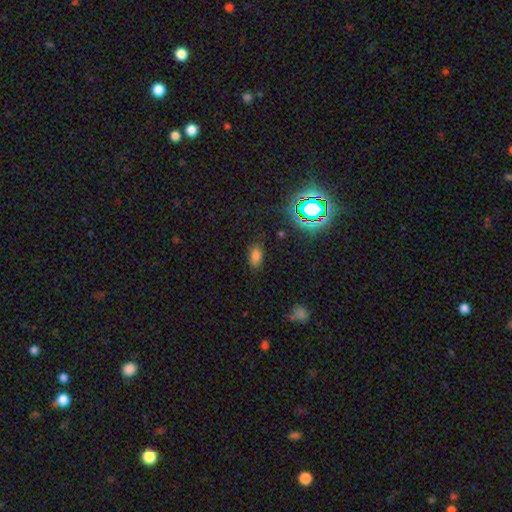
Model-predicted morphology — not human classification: A smooth galaxy with no disk features (74%) that is in between round and cigar-shaped (89%).

Vote fractions:
- Smooth or featured? smooth: 74% / star or artifact: 20% / featured or disk: 6%
- How rounded? in between: 89% / round: 6% / cigar-shaped: 4%
- Merging? none: 81% / minor disturbance: 13% / major disturbance: 4% / merger: 2%